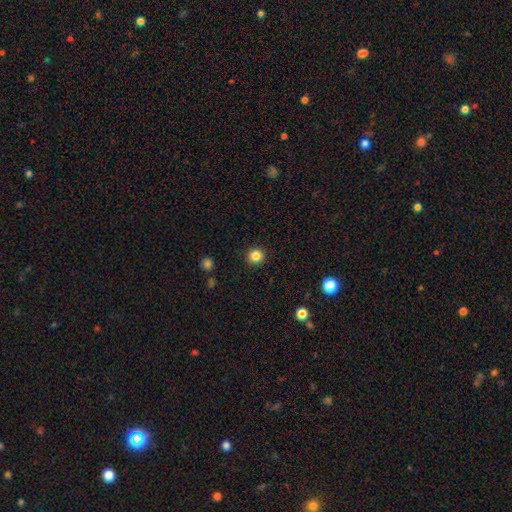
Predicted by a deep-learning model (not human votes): This appears to be a smooth galaxy with no disk features (84%) that is round (94%). Merging: none (92%).